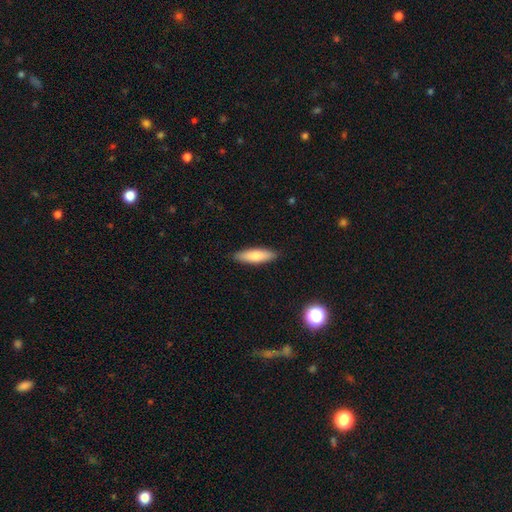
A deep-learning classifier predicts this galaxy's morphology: Overall: smooth (77%). How rounded: cigar-shaped (62%; in between 37%). Merging: none (89%).